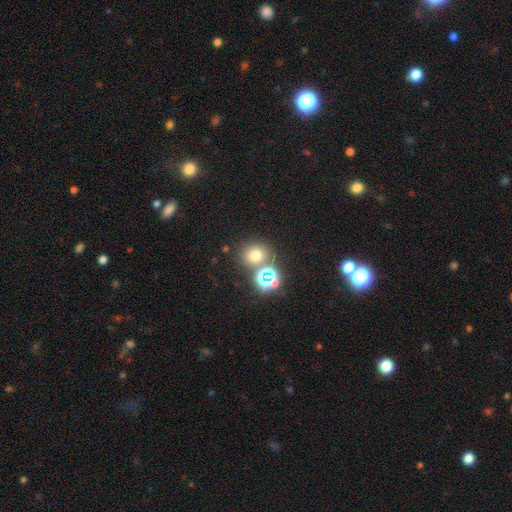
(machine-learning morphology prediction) Smooth or featured? smooth (63%)
How rounded? round (78%)
Merging? none (68%)